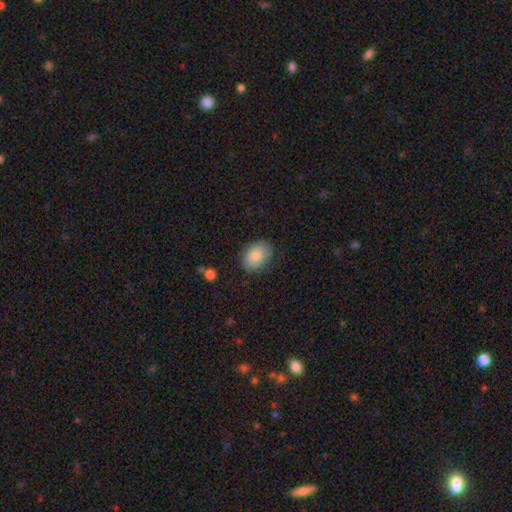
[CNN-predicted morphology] Smooth or featured?
  - smooth: 82% *
  - featured or disk: 11%
  - star or artifact: 7%
How rounded?
  - in between: 76% *
  - round: 23%
  - cigar-shaped: 1%
Merging?
  - none: 80% *
  - minor disturbance: 15%
  - major disturbance: 4%
  - merger: 1%